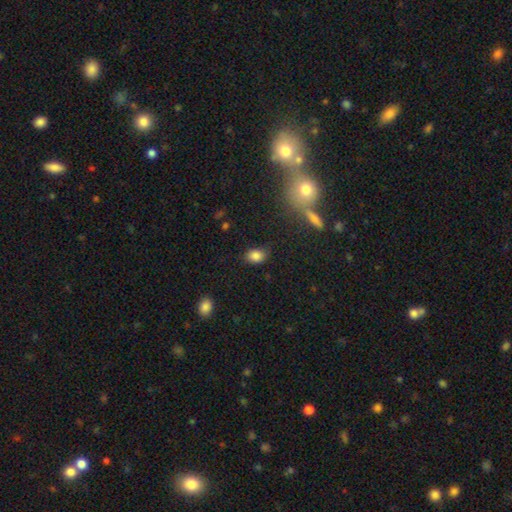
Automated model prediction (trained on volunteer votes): Smooth or featured? Predicted: smooth (p=0.84). How rounded? Predicted: in between (p=0.73). Merging? Predicted: none (p=0.76).